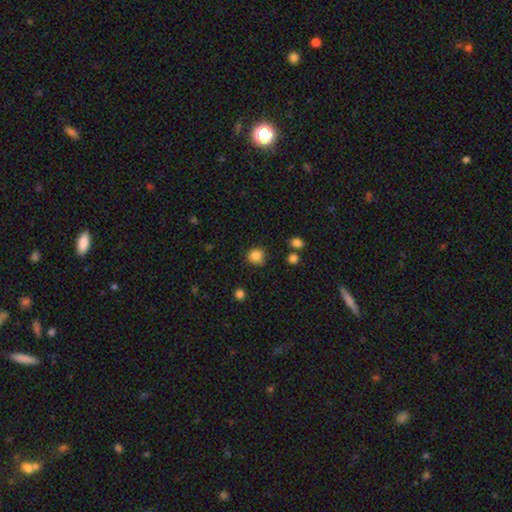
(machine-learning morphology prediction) smooth_or_featured: smooth (p=0.84) [alt: star or artifact p=0.11]
how_rounded: round (p=0.86) [alt: in between p=0.13]
merging: none (p=0.76) [alt: minor disturbance p=0.18]